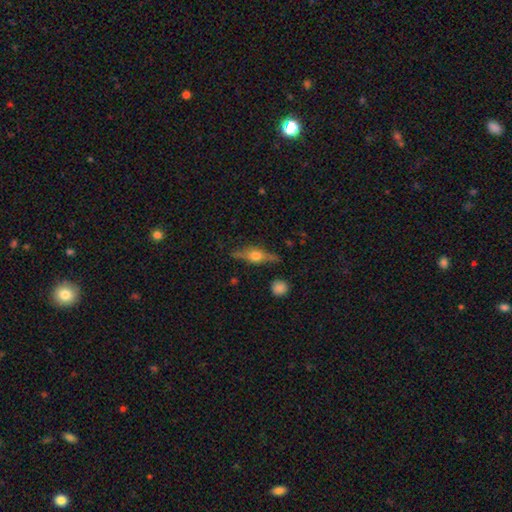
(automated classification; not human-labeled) Overall: featured or disk (66%). Edge-on disk: yes (94%). Edge-on bulge: rounded (94%). Merging: none (81%).